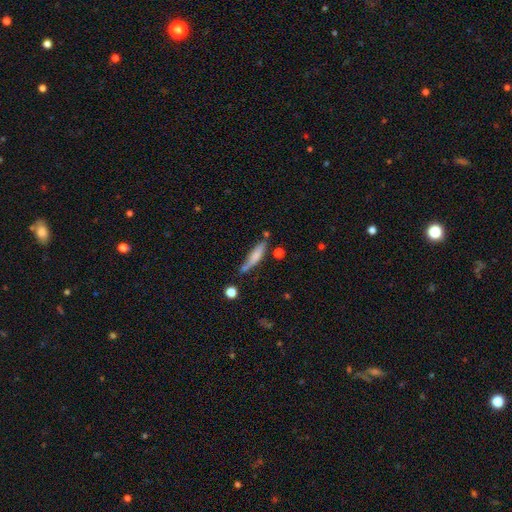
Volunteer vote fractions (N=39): Morphology: type=smooth (56%); roundness=cigar-shaped (91%); merging=none (53%).